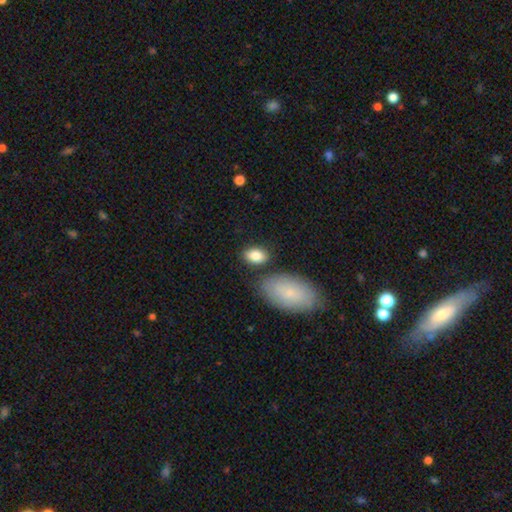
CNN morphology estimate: smooth_or_featured: smooth (p=0.85) [alt: featured or disk p=0.08]
how_rounded: in between (p=0.88) [alt: round p=0.10]
merging: none (p=0.75) [alt: minor disturbance p=0.13]